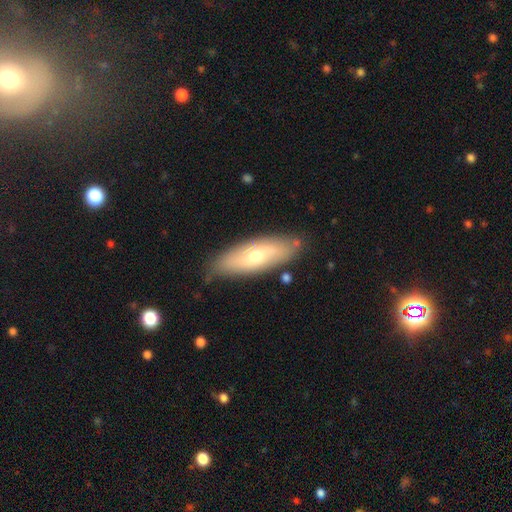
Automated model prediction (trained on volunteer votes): The model was most divided on "smooth or featured": smooth: 53%, featured or disk: 41%, star or artifact: 6%. More confident: merging — none (80%); how rounded — in between (62%).